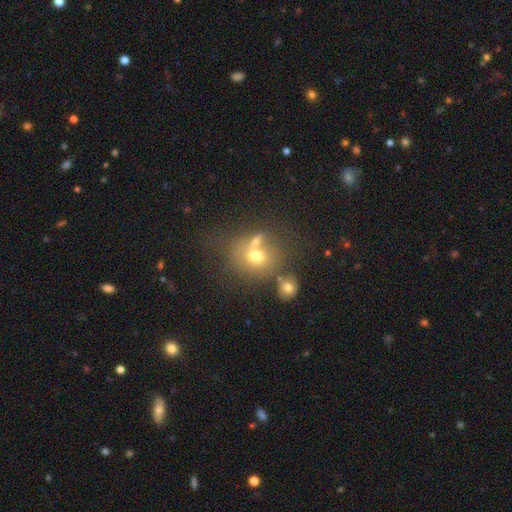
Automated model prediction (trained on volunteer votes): The model was most divided on "merging": none: 44%, merger: 37%, minor disturbance: 12%, major disturbance: 7%. More confident: how rounded — round (74%); smooth or featured — smooth (62%).